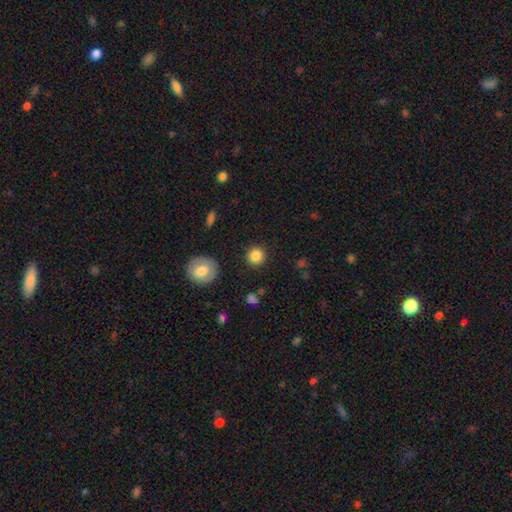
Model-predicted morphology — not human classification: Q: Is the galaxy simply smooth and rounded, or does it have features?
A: smooth — 84%.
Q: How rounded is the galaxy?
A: round — 93%.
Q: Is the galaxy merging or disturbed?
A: none — 90%.